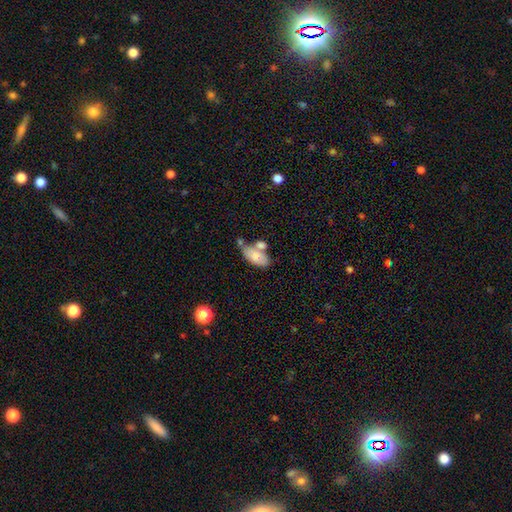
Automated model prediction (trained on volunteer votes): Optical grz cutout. It shows a smooth galaxy with no disk features (75%) that is in between round and cigar-shaped (93%). Merging: none (39%).